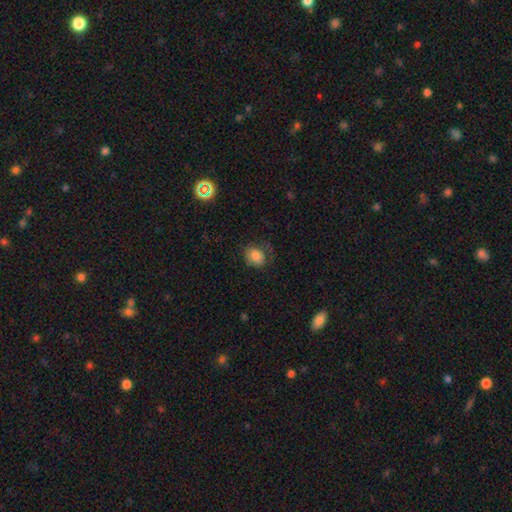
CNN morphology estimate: smooth 80%, star or artifact 10%, featured or disk 10%. Down the decision tree: how rounded — round (50%); merging — none (66%).